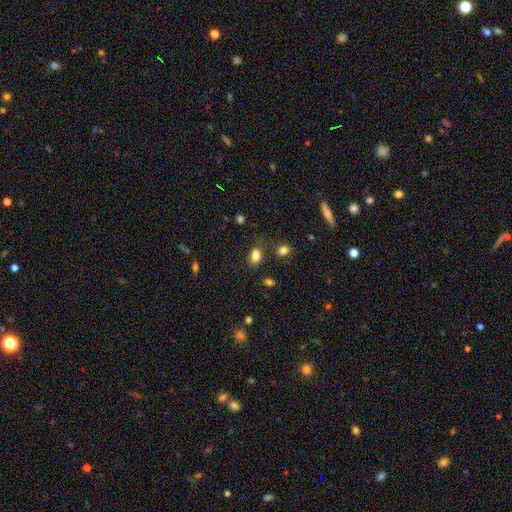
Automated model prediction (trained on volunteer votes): A smooth galaxy with no disk features (82%) that is in between round and cigar-shaped (78%).

Vote fractions:
- Smooth or featured? smooth: 82% / star or artifact: 11% / featured or disk: 6%
- How rounded? in between: 78% / round: 20% / cigar-shaped: 2%
- Merging? none: 70% / minor disturbance: 17% / merger: 8% / major disturbance: 5%